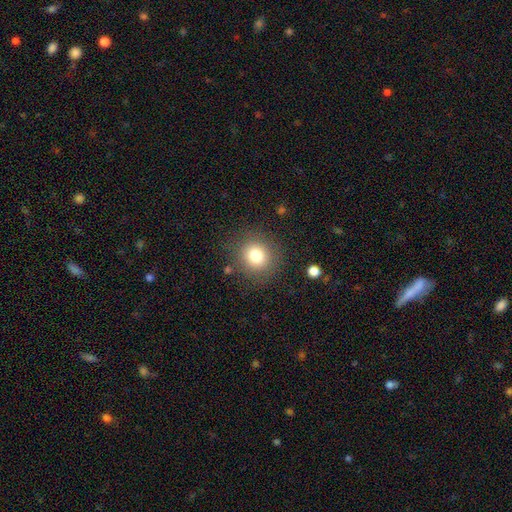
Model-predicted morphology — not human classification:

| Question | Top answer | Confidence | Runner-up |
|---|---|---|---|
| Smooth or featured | smooth | 79% | star or artifact (12%) |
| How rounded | round | 89% | in between (10%) |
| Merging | none | 84% | minor disturbance (9%) |